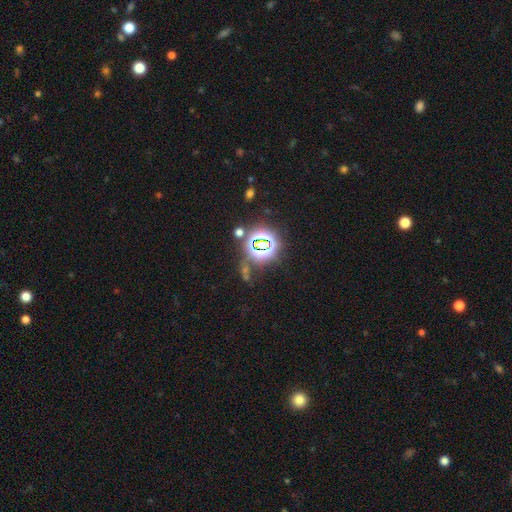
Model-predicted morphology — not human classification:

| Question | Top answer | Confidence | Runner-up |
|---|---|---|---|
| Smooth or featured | star or artifact | 77% | smooth (17%) |